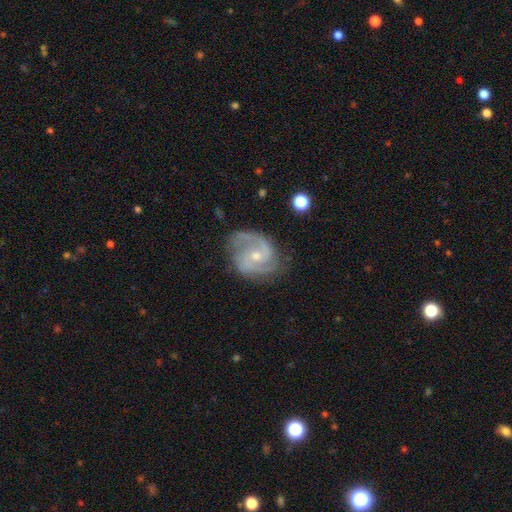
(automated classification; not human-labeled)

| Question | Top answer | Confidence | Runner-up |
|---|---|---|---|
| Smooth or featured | featured or disk | 89% | smooth (6%) |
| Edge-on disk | no | 98% | yes (2%) |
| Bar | no | 59% | weak (34%) |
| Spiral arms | yes | 97% | no (3%) |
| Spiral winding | medium | 53% | tight (34%) |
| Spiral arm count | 2 | 73% | 3 (14%) |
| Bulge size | small | 57% | moderate (39%) |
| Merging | none | 70% | minor disturbance (20%) |